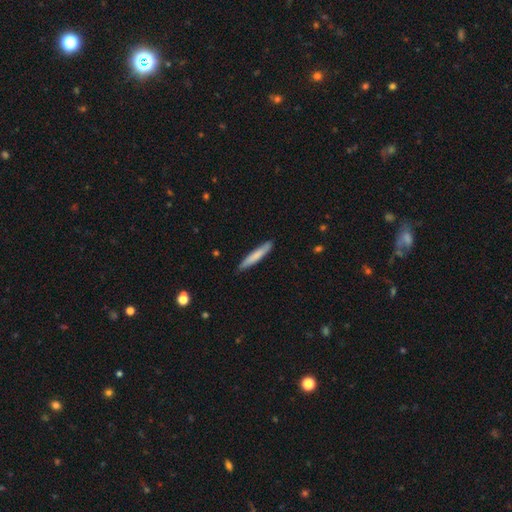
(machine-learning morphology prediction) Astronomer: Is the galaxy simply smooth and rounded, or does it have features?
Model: smooth — 73%.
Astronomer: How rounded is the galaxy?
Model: cigar-shaped — 94%.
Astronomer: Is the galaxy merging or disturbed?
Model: none — 87%.